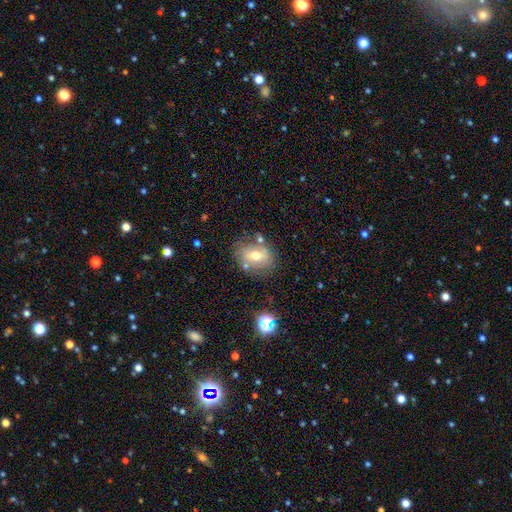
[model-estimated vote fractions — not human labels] The model was most divided on "smooth or featured": smooth: 51%, featured or disk: 38%, star or artifact: 11%. More confident: merging — none (65%); how rounded — in between (60%).